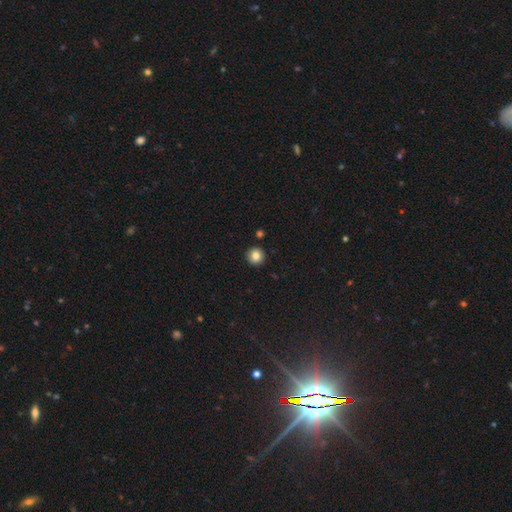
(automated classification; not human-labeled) smooth 84%, star or artifact 10%, featured or disk 6%. Down the decision tree: how rounded — round (95%); merging — none (92%).